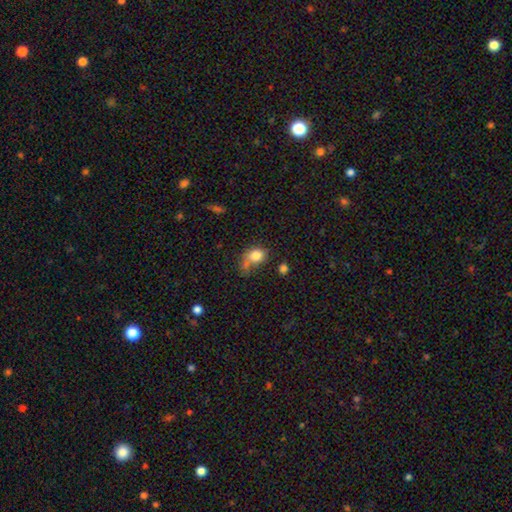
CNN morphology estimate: A smooth galaxy with no disk features (79%) that is in between round and cigar-shaped (55%). Merging: none (38%).